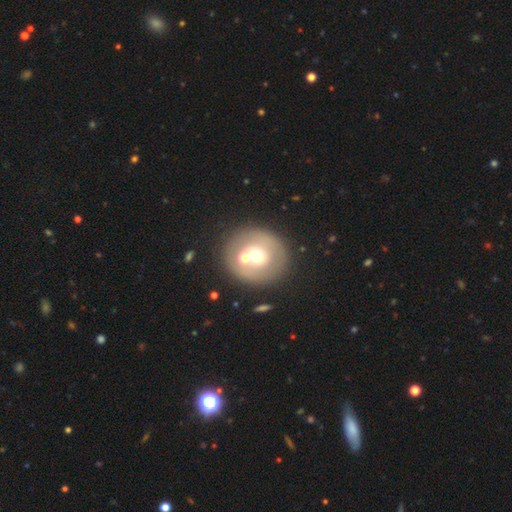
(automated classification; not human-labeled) Overall: smooth (54%; featured or disk 34%). How rounded: round (87%). Merging: none (68%).